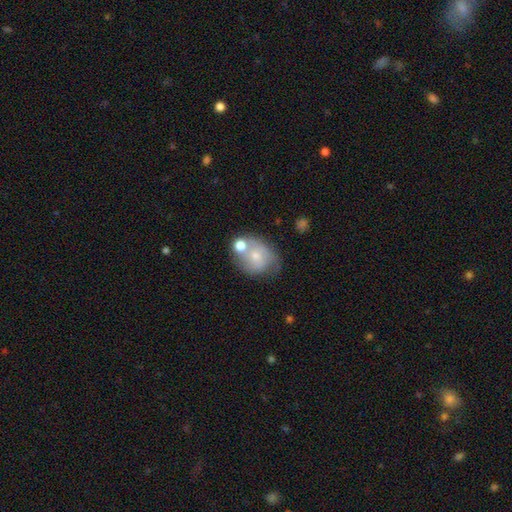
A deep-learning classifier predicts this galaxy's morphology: This is possibly a smooth galaxy (53%). How rounded: possibly round (51%). Merging: marginally none (38%).